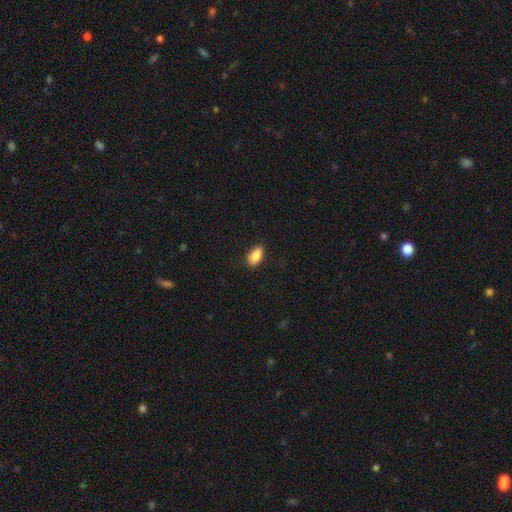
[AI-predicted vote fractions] Overall: smooth (87%). How rounded: in between (92%). Merging: none (87%).